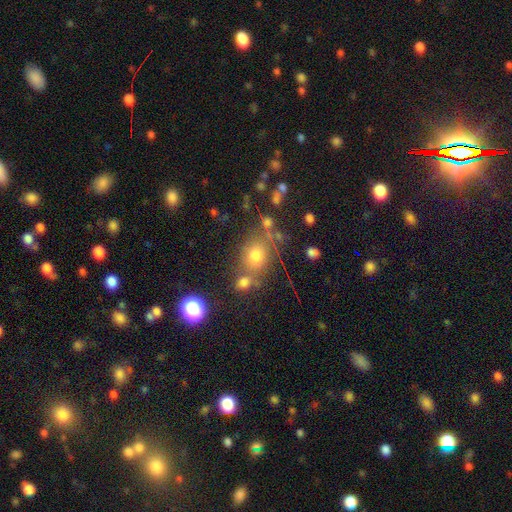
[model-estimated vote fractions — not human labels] Smooth or featured? smooth (70%)
How rounded? round (61%)
Merging? none (61%)